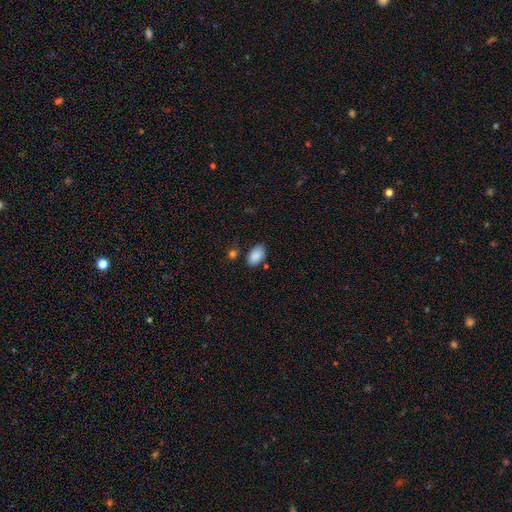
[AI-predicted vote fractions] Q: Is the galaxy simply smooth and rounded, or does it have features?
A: smooth — 89%.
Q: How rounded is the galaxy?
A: in between — 91%.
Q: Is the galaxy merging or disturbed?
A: none — 74%.